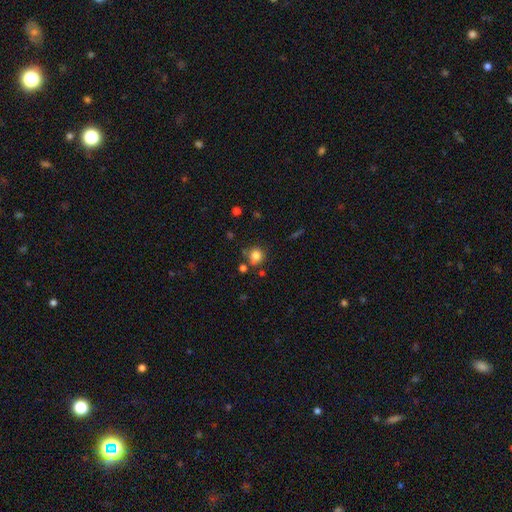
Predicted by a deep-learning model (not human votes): This appears to be a smooth galaxy with no disk features (81%) that is round (90%). Merging: none (74%).